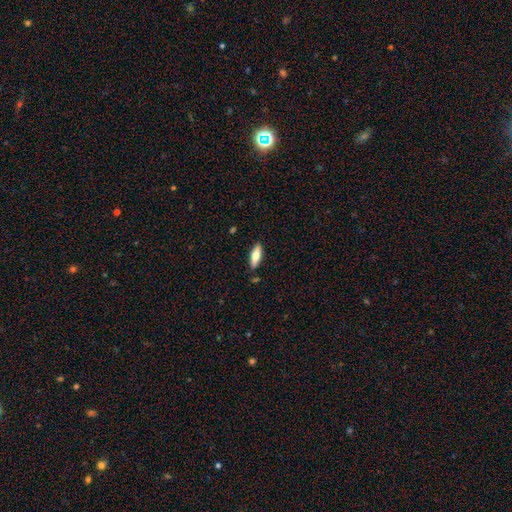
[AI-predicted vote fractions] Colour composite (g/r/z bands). It shows a smooth galaxy with no disk features (66%) that is in between round and cigar-shaped (57%). Merging: none (86%).